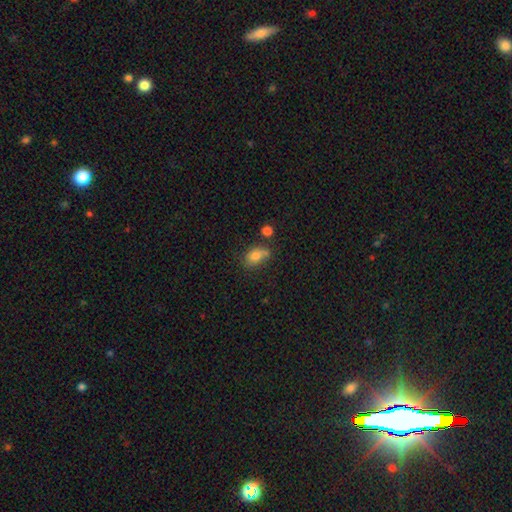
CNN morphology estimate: This appears to be a smooth galaxy with no disk features (78%) that is in between round and cigar-shaped (78%). Merging: none (48%).